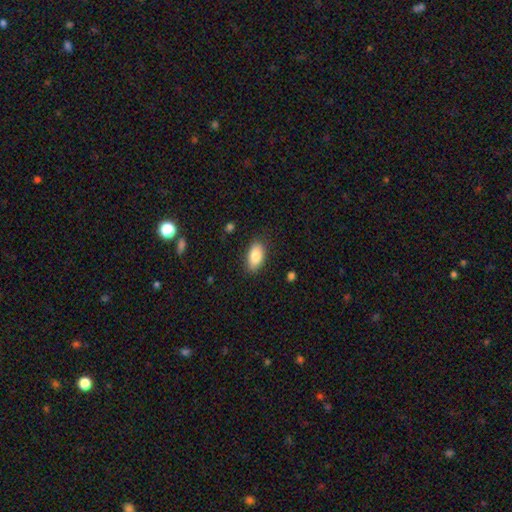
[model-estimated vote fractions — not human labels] Smooth or featured? smooth (85%)
How rounded? in between (92%)
Merging? none (84%)